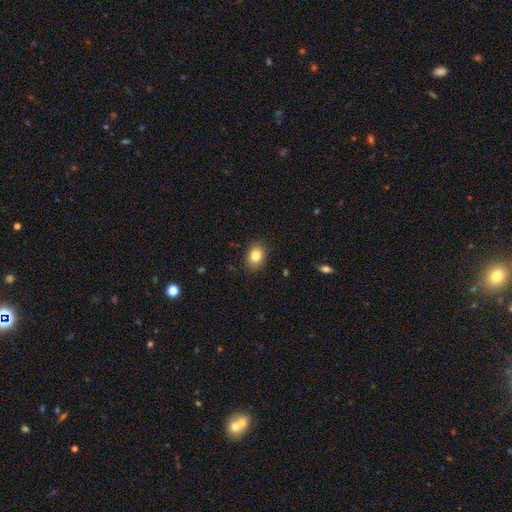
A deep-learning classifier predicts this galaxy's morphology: This is clearly a smooth galaxy (82%). How rounded: likely in between (71%). Merging: clearly none (87%).